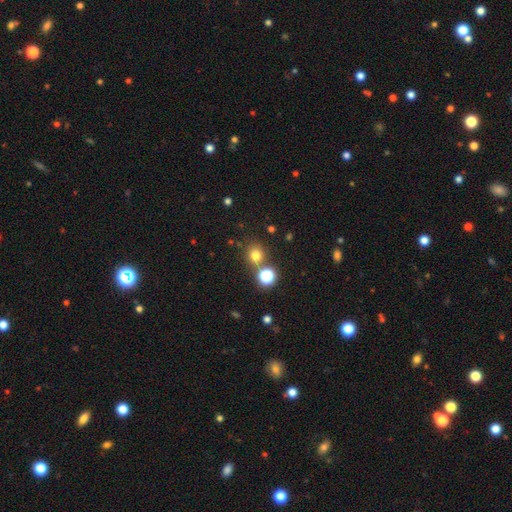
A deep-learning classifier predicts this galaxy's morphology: This is likely a smooth galaxy (73%). How rounded: clearly round (84%). Merging: likely none (73%).